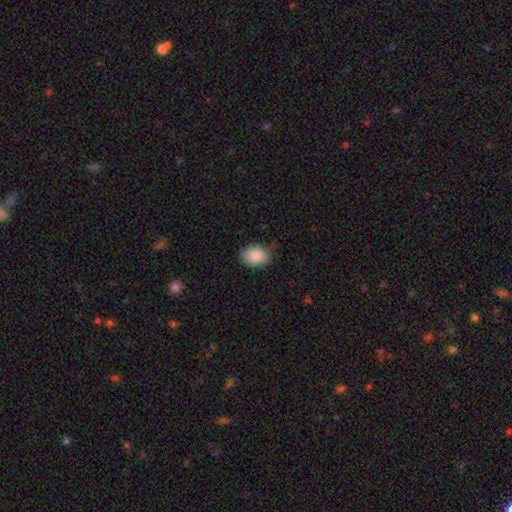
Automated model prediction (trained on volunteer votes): Morphology: type=smooth (87%); roundness=in between (64%); merging=none (75%).